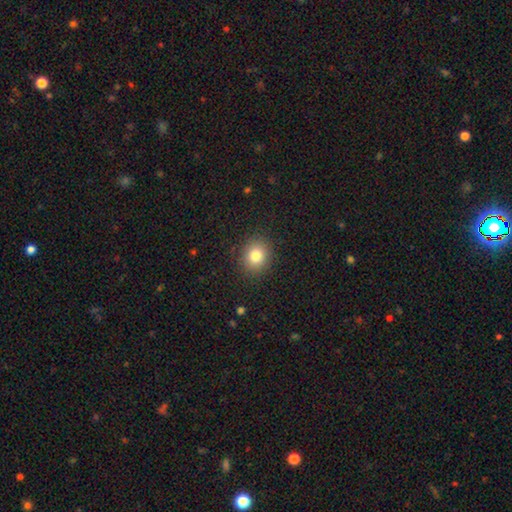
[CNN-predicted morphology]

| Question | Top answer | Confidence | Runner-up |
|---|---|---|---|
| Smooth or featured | smooth | 82% | star or artifact (11%) |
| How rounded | round | 70% | in between (29%) |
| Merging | none | 89% | minor disturbance (7%) |